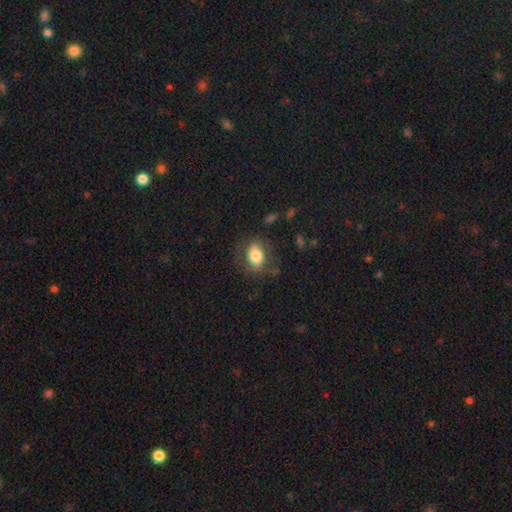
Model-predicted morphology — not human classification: Smooth or featured? smooth (74%)
How rounded? in between (74%)
Merging? none (68%)